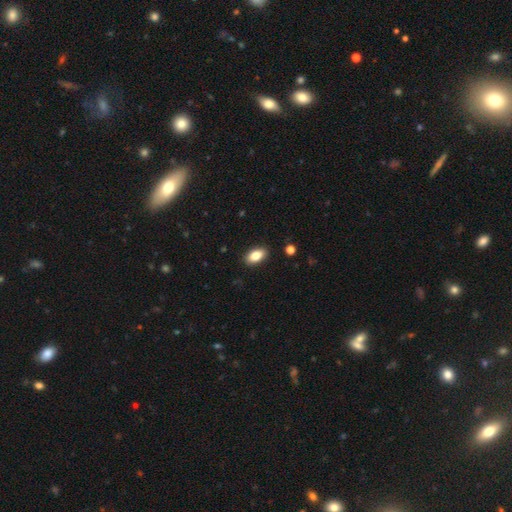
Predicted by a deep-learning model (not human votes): Smooth or featured? smooth (84%)
How rounded? in between (92%)
Merging? none (89%)